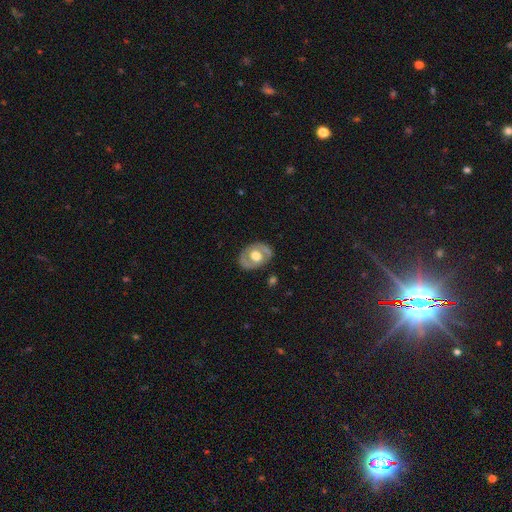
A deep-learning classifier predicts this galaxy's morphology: Smooth or featured?
  - featured or disk: 59% *
  - smooth: 35%
  - star or artifact: 6%
Edge-on disk?
  - no: 92% *
  - yes: 8%
Bar?
  - no: 71% *
  - weak: 23%
  - strong: 7%
Spiral arms?
  - no: 64% *
  - yes: 36%
Bulge size?
  - moderate: 49% *
  - large: 43%
  - small: 4%
  - dominant: 3%
  - none: 1%
Merging?
  - none: 79% *
  - minor disturbance: 15%
  - major disturbance: 5%
  - merger: 1%